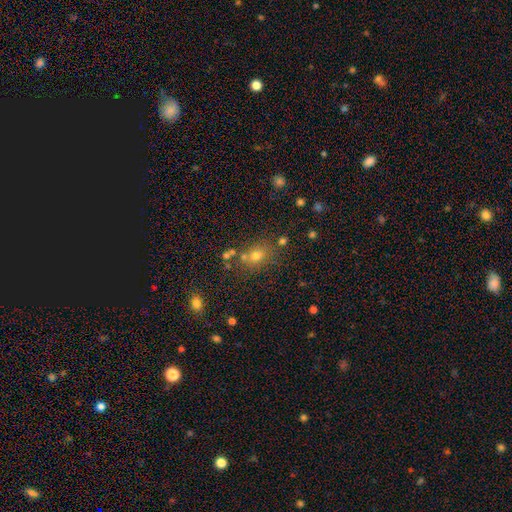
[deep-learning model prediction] Smooth or featured? smooth (62%)
How rounded? round (59%)
Merging? none (68%)